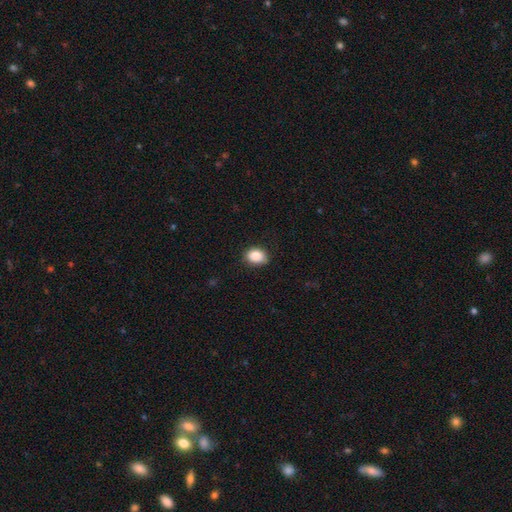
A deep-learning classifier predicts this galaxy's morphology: A smooth galaxy with no disk features (87%) that is in between round and cigar-shaped (66%).

Vote fractions:
- Smooth or featured? smooth: 87% / star or artifact: 8% / featured or disk: 5%
- How rounded? in between: 66% / round: 33% / cigar-shaped: 1%
- Merging? none: 84% / minor disturbance: 13% / major disturbance: 2% / merger: 1%